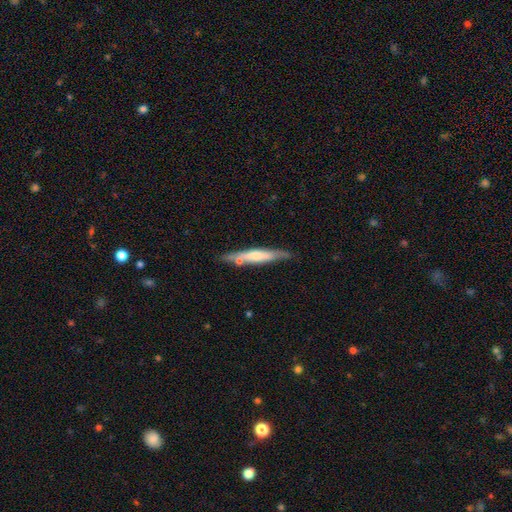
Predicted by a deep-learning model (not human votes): Smooth or featured: smooth — 48% (featured or disk — 47%)
Merging: none — 73% (minor disturbance — 16%)